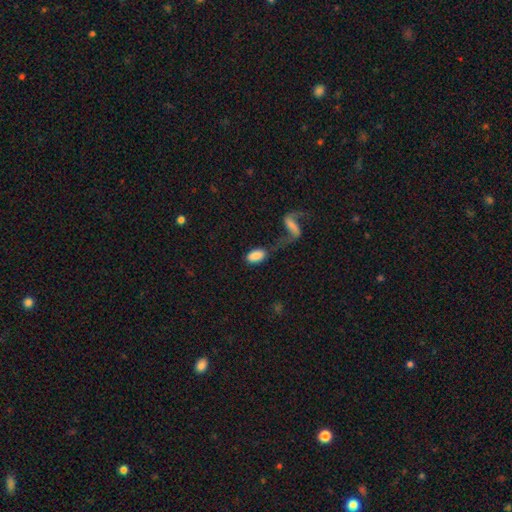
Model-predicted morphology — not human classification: smooth 82%, featured or disk 11%, star or artifact 7%. Down the decision tree: how rounded — in between (94%); merging — merger (36%).